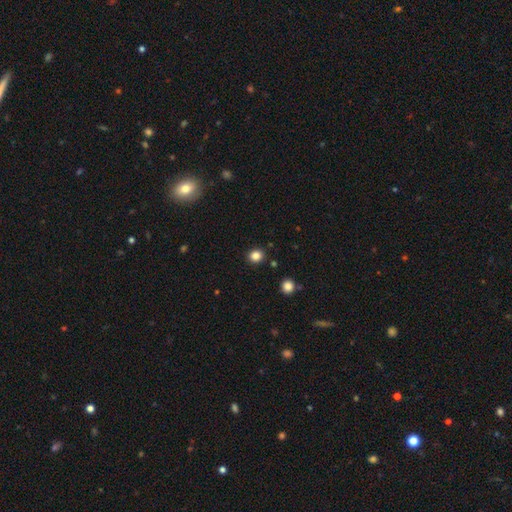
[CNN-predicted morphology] The model was most divided on "how rounded": round: 82%, in between: 17%, cigar-shaped: 1%. More confident: merging — none (90%); smooth or featured — smooth (84%).